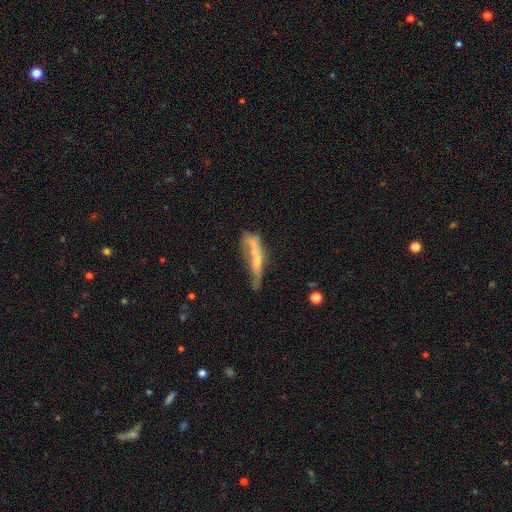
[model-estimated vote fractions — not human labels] This appears to be a featured or disk galaxy (54%) viewed edge-on (54%). Merging: none (31%).